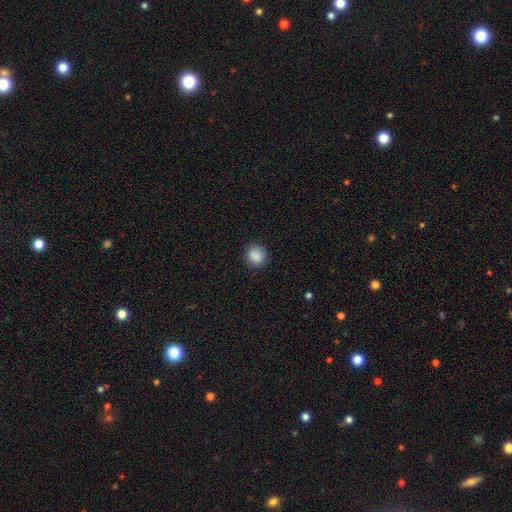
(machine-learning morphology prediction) smooth_or_featured: smooth (p=0.87) [alt: star or artifact p=0.09]
how_rounded: round (p=0.83) [alt: in between p=0.16]
merging: none (p=0.85) [alt: minor disturbance p=0.11]